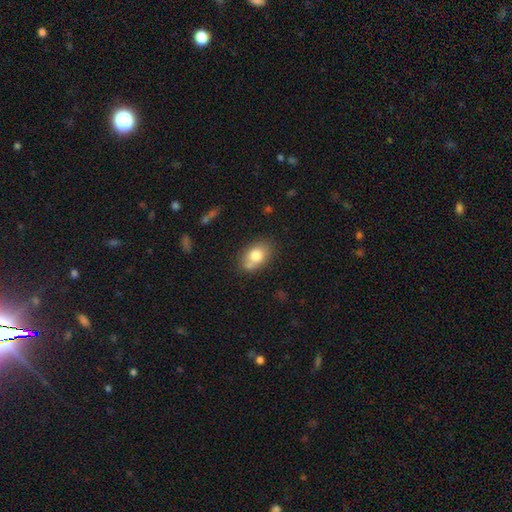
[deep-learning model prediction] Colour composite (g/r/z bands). It shows a smooth galaxy with no disk features (76%) that is in between round and cigar-shaped (78%). Merging: none (62%).